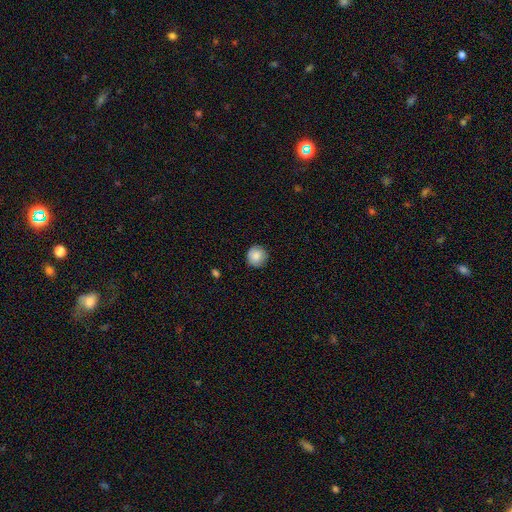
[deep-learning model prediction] This is clearly a smooth galaxy (86%). How rounded: clearly round (94%). Merging: clearly none (89%).